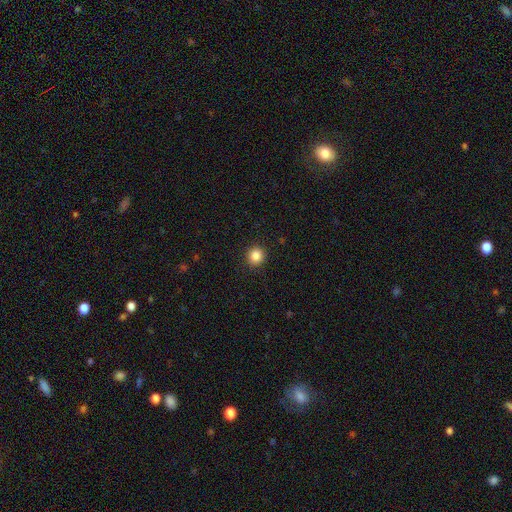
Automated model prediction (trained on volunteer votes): smooth_or_featured: smooth (p=0.86) [alt: star or artifact p=0.10]
how_rounded: round (p=0.92) [alt: in between p=0.07]
merging: none (p=0.92) [alt: minor disturbance p=0.05]